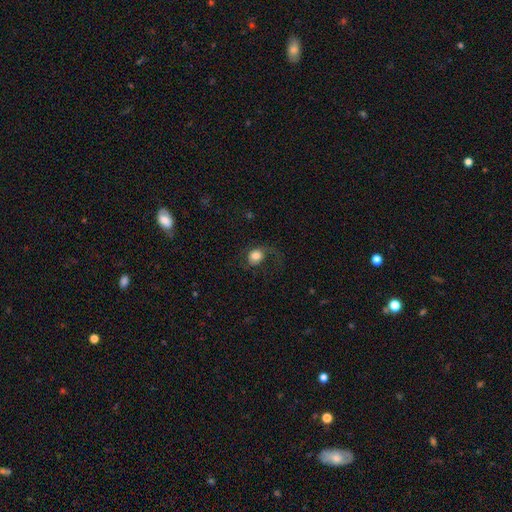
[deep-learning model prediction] Smooth or featured?
  - smooth: 68% *
  - featured or disk: 22%
  - star or artifact: 10%
How rounded?
  - round: 57% *
  - in between: 42%
  - cigar-shaped: 1%
Merging?
  - none: 48% *
  - major disturbance: 31%
  - minor disturbance: 19%
  - merger: 2%